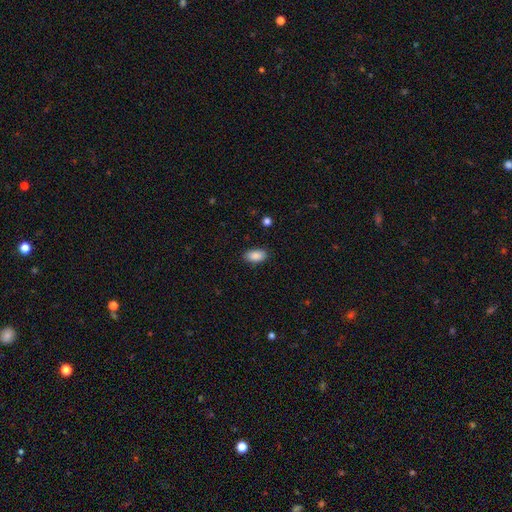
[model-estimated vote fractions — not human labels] Morphology: type=smooth (89%); roundness=in between (93%); merging=none (87%).